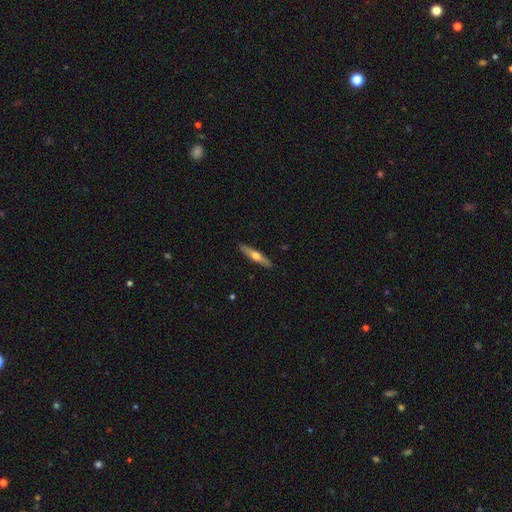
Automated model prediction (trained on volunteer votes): Morphology: type=featured or disk (53%); edge-on=yes (93%); merging=none (90%).